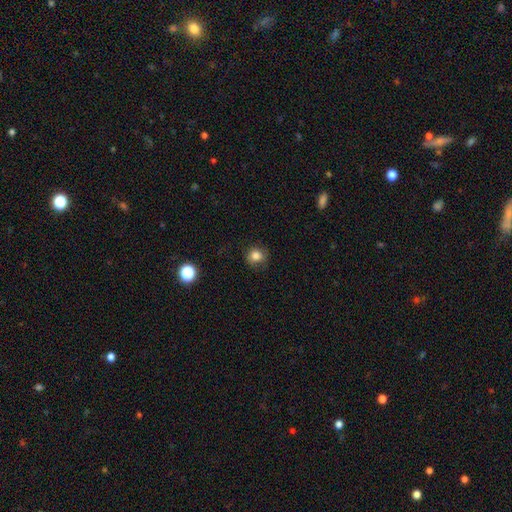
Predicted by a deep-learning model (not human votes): This appears to be a smooth galaxy with no disk features (82%) that is round (86%). Merging: none (80%).